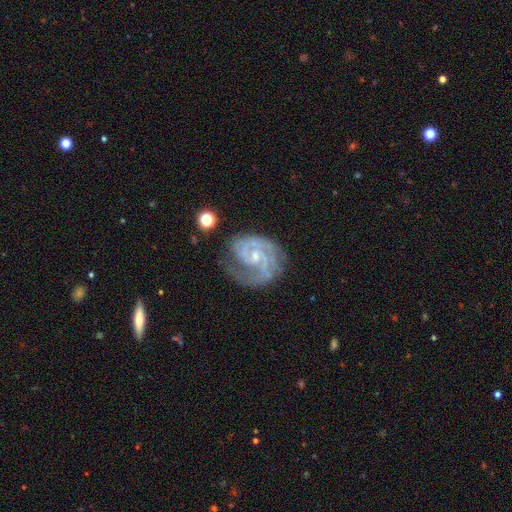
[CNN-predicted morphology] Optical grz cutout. It shows a featured or disk galaxy (88%) with no bar (53%), 2 (49%) tight (55%) spiral arms (96%) and a small central bulge (68%). Merging: none (61%).